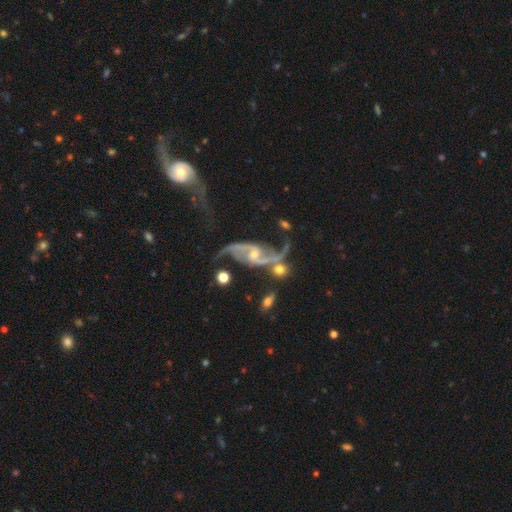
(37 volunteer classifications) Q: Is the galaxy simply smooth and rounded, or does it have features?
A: featured or disk — 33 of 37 (89%).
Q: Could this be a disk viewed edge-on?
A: no — 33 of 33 (100%).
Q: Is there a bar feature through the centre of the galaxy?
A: weak — 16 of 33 (48%).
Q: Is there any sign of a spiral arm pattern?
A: yes — 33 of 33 (100%).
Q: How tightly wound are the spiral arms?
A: loose — 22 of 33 (67%).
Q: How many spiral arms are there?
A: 2 — 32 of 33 (97%).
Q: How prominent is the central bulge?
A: small — 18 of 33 (55%).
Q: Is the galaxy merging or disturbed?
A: none — 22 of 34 (65%).